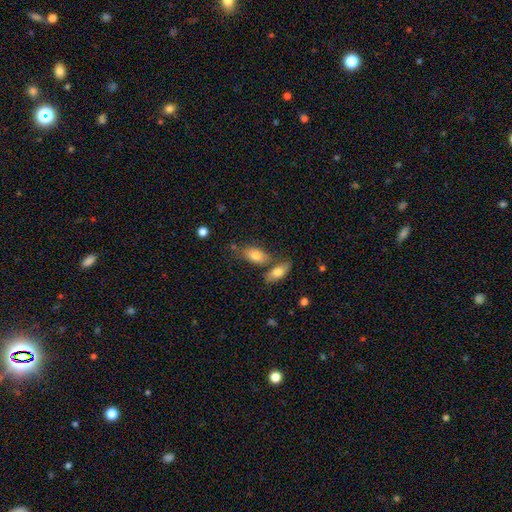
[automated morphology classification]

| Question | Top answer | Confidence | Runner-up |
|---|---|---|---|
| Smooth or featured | smooth | 80% | featured or disk (13%) |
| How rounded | in between | 90% | cigar-shaped (5%) |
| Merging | none | 55% | merger (26%) |